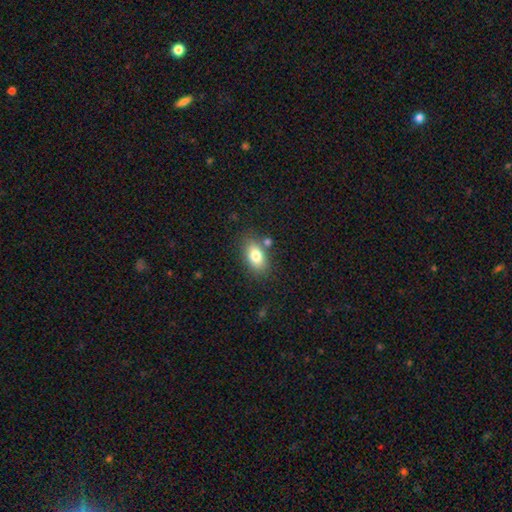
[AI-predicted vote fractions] This appears to be a smooth galaxy with no disk features (79%) that is in between round and cigar-shaped (87%). Merging: none (74%).